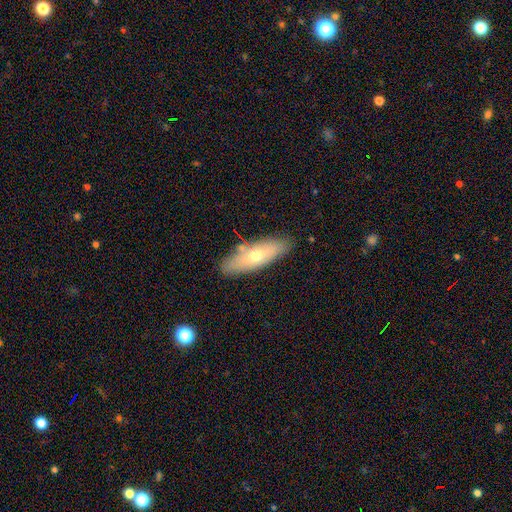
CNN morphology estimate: Q: Smooth or featured?
A: smooth (55%); runner-up: featured or disk (38%)
Q: How rounded?
A: in between (60%); runner-up: cigar-shaped (38%)
Q: Merging?
A: none (82%); runner-up: minor disturbance (12%)